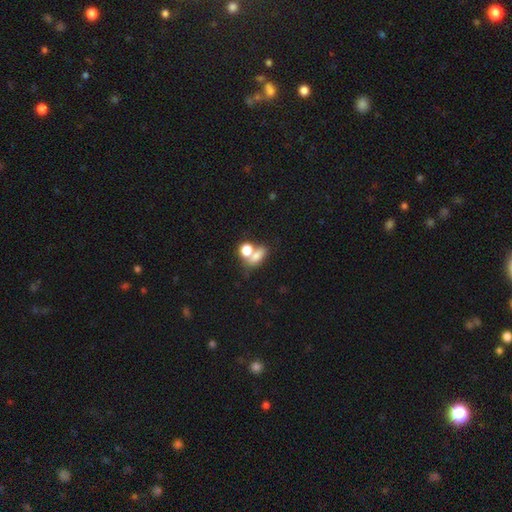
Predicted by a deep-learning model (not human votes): Overall: smooth (72%). How rounded: in between (65%; round 29%). Merging: merger (46%; none 37%).